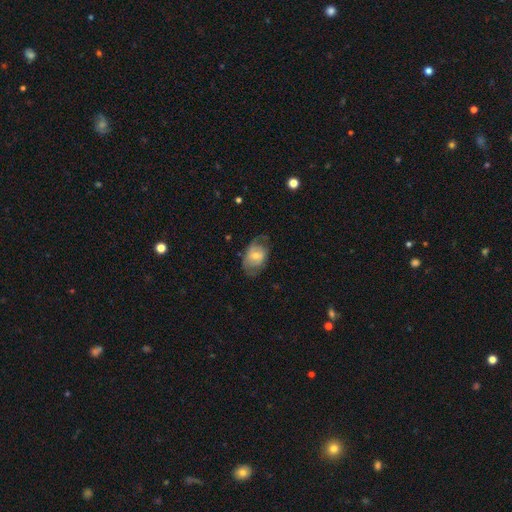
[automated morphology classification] smooth 47%, featured or disk 46%, star or artifact 7%. Down the decision tree: merging — none (57%).